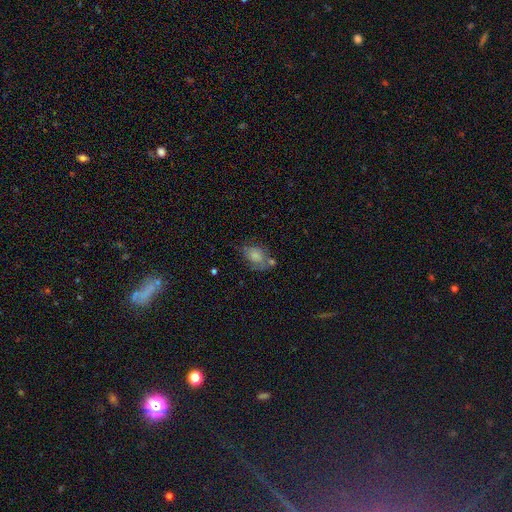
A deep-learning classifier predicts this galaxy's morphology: smooth 72%, featured or disk 18%, star or artifact 10%. Down the decision tree: how rounded — in between (79%); merging — none (48%).